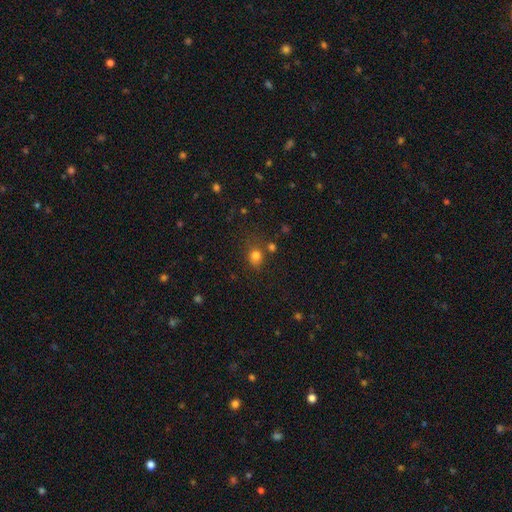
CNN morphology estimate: smooth-or-featured: smooth: 79% | star or artifact: 14% | featured or disk: 7%
  how-rounded: round: 63% | in between: 36% | cigar-shaped: 1%
  merging: none: 65% | minor disturbance: 16% | merger: 12% | major disturbance: 6%